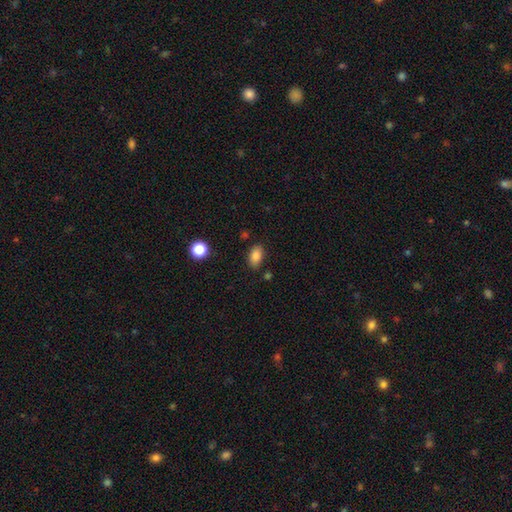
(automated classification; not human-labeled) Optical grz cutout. It shows a smooth galaxy with no disk features (85%) that is in between round and cigar-shaped (87%). Merging: none (81%).